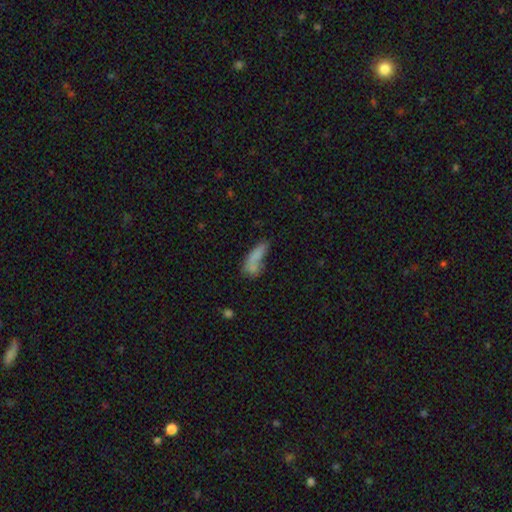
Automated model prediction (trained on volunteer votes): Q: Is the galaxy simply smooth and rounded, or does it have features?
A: smooth — 75%.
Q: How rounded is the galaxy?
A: in between — 51%.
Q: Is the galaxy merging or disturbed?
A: none — 39%.